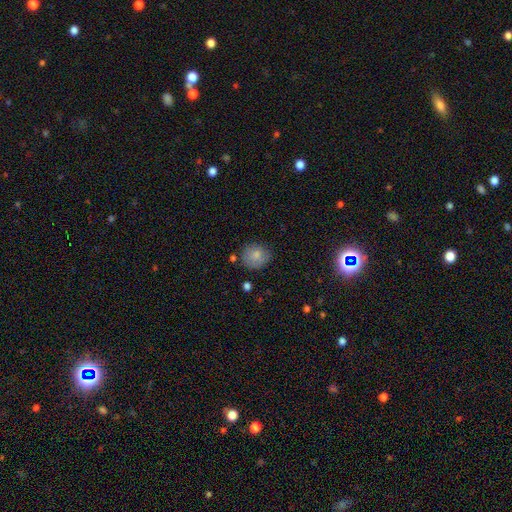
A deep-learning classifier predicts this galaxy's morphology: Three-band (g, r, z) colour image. It shows a smooth galaxy with no disk features (81%) that is round (80%). Merging: none (75%).